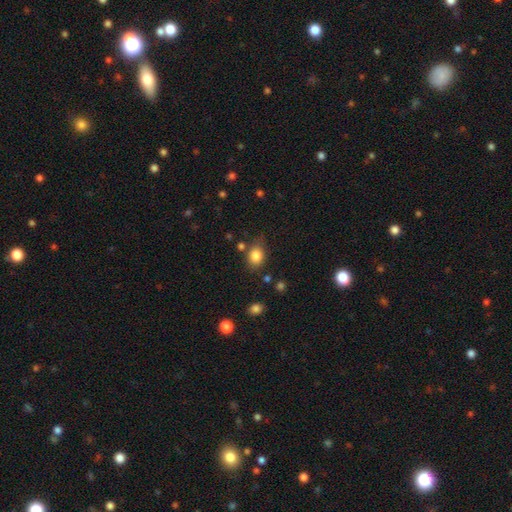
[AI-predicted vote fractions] This is clearly a smooth galaxy (83%). How rounded: possibly in between (51%). Merging: likely none (72%).